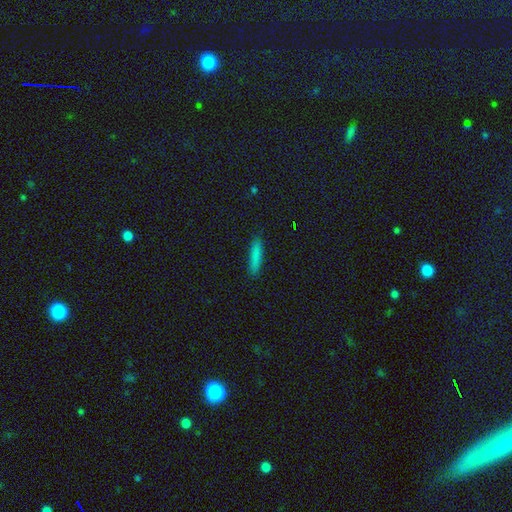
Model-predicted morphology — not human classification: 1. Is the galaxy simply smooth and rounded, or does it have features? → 83% smooth, 9% featured or disk, 8% star or artifact.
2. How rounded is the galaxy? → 86% cigar-shaped, 13% in between, 2% round.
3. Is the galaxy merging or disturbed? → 88% none, 9% minor disturbance, 2% major disturbance, 1% merger.